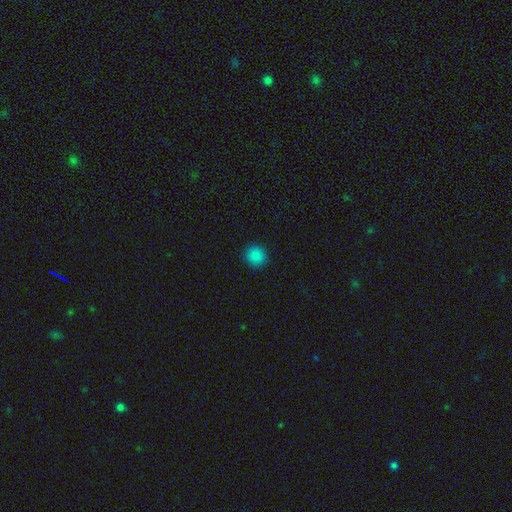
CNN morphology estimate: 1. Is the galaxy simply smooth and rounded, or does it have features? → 86% smooth, 12% star or artifact, 2% featured or disk.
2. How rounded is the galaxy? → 89% round, 10% in between, 1% cigar-shaped.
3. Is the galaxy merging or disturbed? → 91% none, 6% minor disturbance, 2% major disturbance, 1% merger.